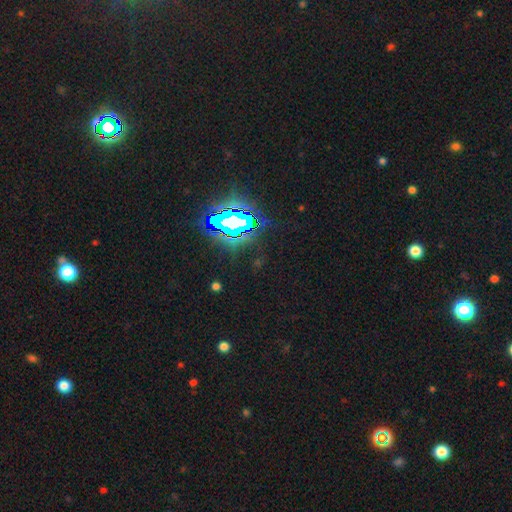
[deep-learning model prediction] Smooth or featured?
  - star or artifact: 82% *
  - smooth: 10%
  - featured or disk: 8%